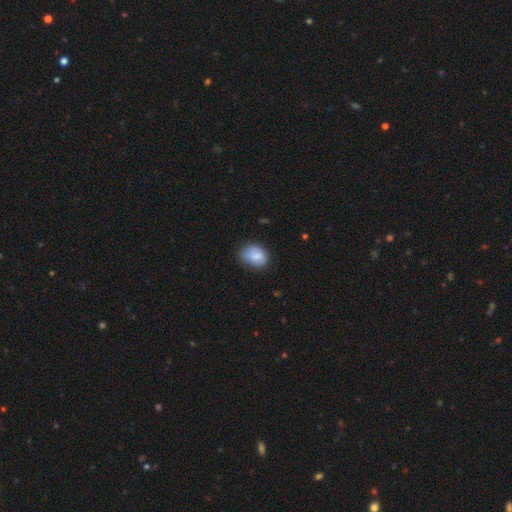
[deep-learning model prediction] Q: Smooth or featured?
A: smooth (77%); runner-up: featured or disk (15%)
Q: How rounded?
A: in between (65%); runner-up: round (34%)
Q: Merging?
A: none (60%); runner-up: minor disturbance (29%)